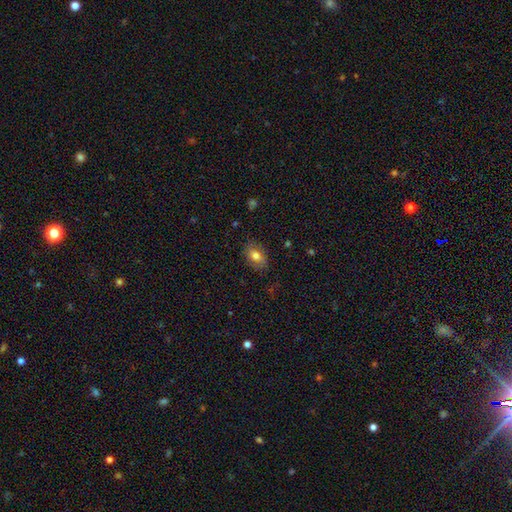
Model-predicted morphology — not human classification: Q: Smooth or featured?
A: smooth (73%); runner-up: featured or disk (18%)
Q: How rounded?
A: in between (85%); runner-up: round (13%)
Q: Merging?
A: none (81%); runner-up: minor disturbance (14%)